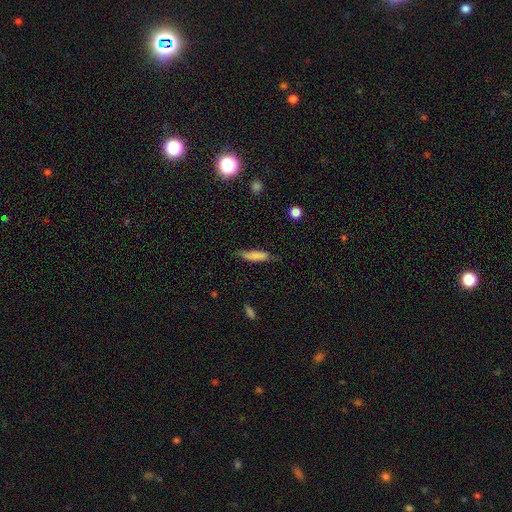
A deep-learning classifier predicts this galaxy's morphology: type=smooth (77%); roundness=cigar-shaped (74%); merging=none (65%).